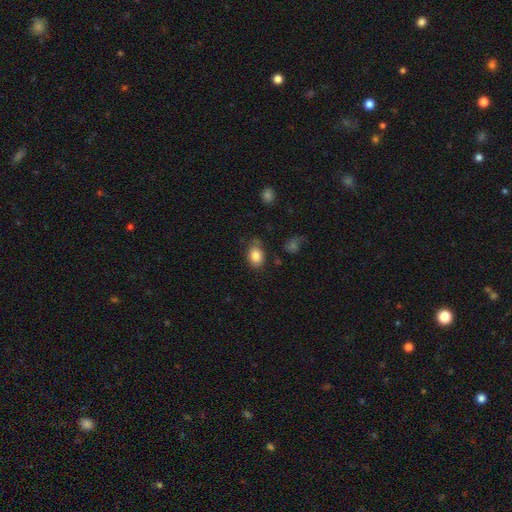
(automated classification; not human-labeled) smooth 84%, star or artifact 9%, featured or disk 7%. Down the decision tree: how rounded — in between (68%); merging — none (72%).